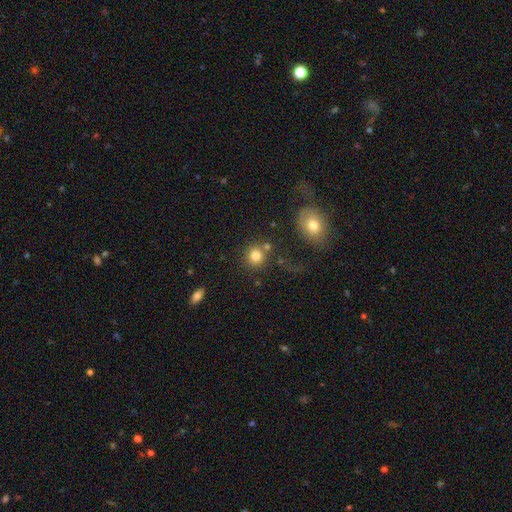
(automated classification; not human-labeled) Overall: smooth (81%). How rounded: round (89%). Merging: none (73%).